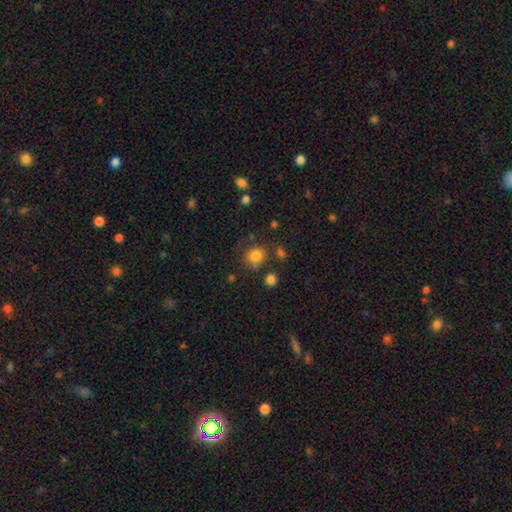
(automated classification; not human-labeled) A smooth galaxy with no disk features (81%) that is round (66%).

Vote fractions:
- Smooth or featured? smooth: 81% / star or artifact: 12% / featured or disk: 7%
- How rounded? round: 66% / in between: 33% / cigar-shaped: 1%
- Merging? none: 68% / minor disturbance: 18% / merger: 8% / major disturbance: 7%